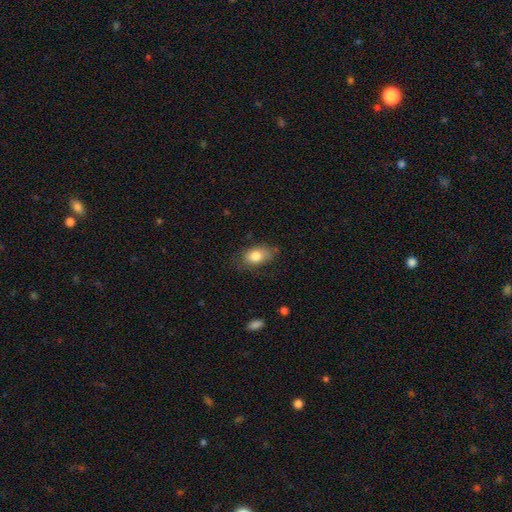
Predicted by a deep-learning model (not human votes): The model was most divided on "merging": none: 65%, minor disturbance: 26%, major disturbance: 7%, merger: 2%. More confident: how rounded — in between (86%); smooth or featured — smooth (80%).